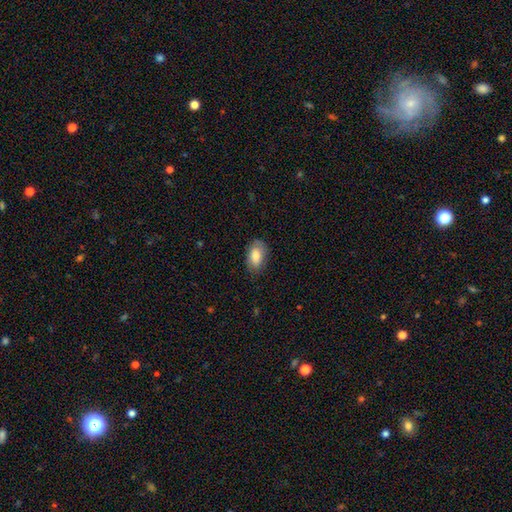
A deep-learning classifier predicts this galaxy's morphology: The model was most divided on "merging": none: 77%, minor disturbance: 18%, major disturbance: 4%, merger: 1%. More confident: how rounded — in between (92%); smooth or featured — smooth (81%).